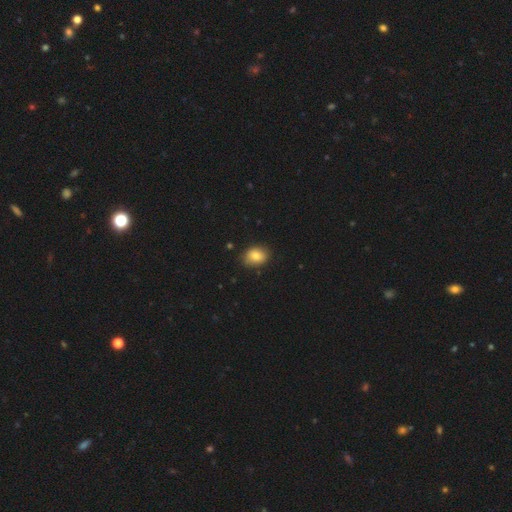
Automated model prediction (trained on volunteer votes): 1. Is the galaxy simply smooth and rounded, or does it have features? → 83% smooth, 9% star or artifact, 8% featured or disk.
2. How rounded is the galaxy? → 62% in between, 37% round, 1% cigar-shaped.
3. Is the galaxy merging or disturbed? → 82% none, 15% minor disturbance, 3% major disturbance, 1% merger.